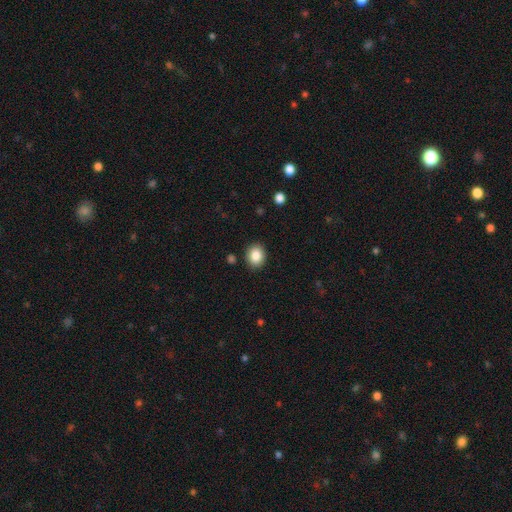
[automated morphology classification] This is clearly a smooth galaxy (86%). How rounded: likely round (61%). Merging: clearly none (89%).